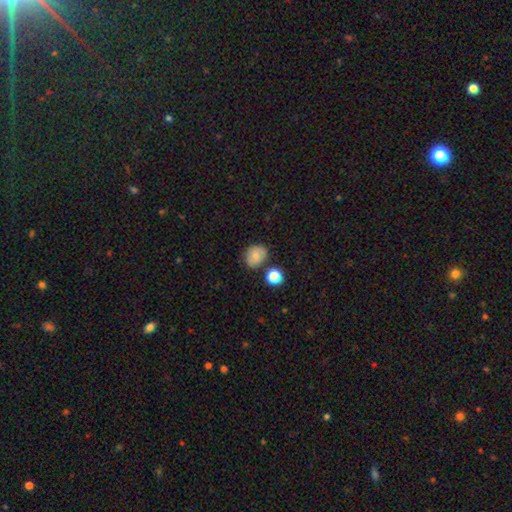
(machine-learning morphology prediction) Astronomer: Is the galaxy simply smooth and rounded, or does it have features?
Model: smooth — 72%.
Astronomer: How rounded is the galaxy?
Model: round — 68%.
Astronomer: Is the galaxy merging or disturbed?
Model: none — 73%.